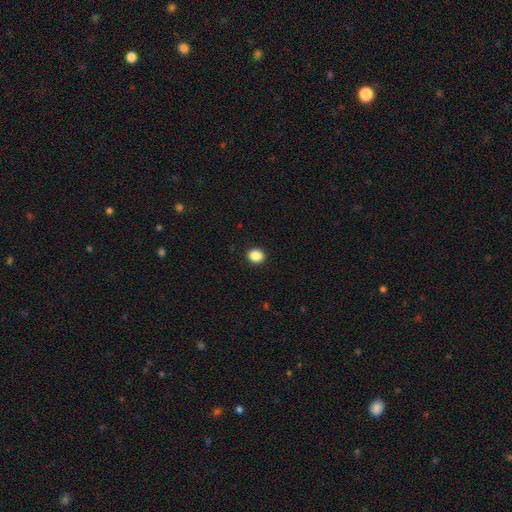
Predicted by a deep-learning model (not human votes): Smooth or featured? smooth (88%)
How rounded? round (69%)
Merging? none (92%)